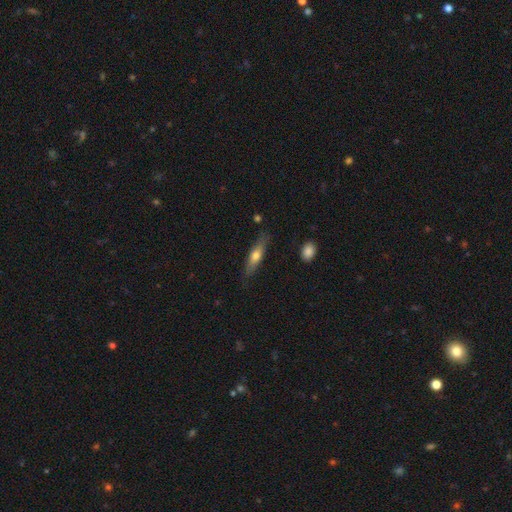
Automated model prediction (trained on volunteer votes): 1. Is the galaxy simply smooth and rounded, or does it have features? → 57% smooth, 37% featured or disk, 6% star or artifact.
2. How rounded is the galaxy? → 70% cigar-shaped, 28% in between, 2% round.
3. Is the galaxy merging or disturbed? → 80% none, 15% minor disturbance, 3% major disturbance, 2% merger.